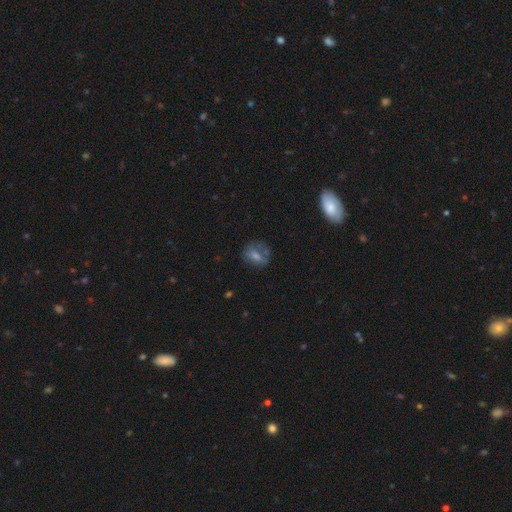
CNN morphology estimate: A smooth galaxy with no disk features (50%). Merging: none (63%).